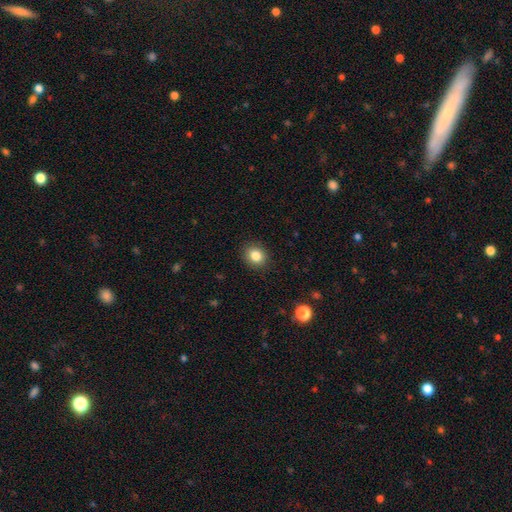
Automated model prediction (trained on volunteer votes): Smooth or featured? Predicted: smooth (p=0.84). How rounded? Predicted: round (p=0.71). Merging? Predicted: none (p=0.89).